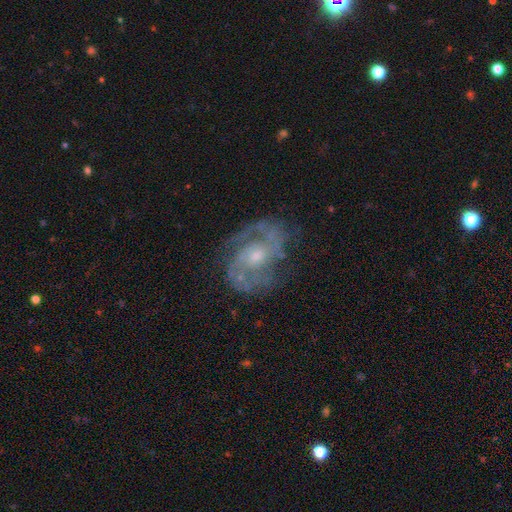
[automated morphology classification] This appears to be a featured or disk galaxy (87%) with no bar (60%), 2 (81%) medium (52%) spiral arms (95%) and a small central bulge (46%, tied with moderate). Merging: none (71%).